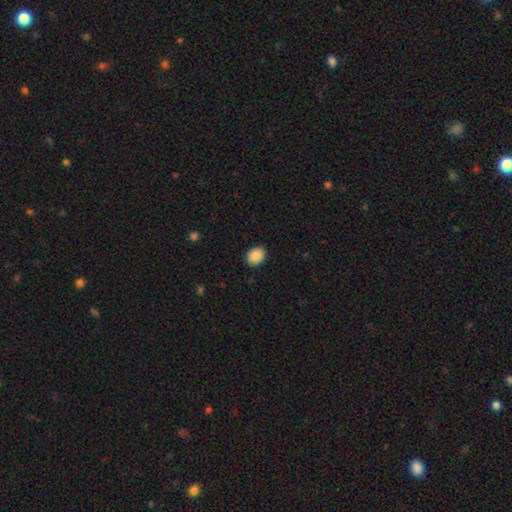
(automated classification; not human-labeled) Smooth or featured? Predicted: smooth (p=0.89). How rounded? Predicted: in between (p=0.59). Merging? Predicted: none (p=0.89).